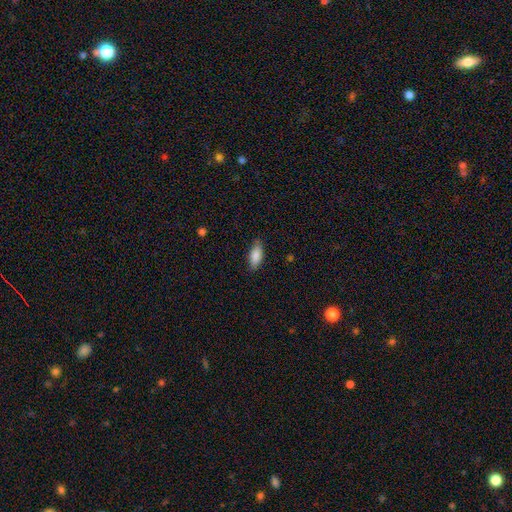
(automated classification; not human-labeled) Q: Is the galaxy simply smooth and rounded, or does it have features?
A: smooth — 86%.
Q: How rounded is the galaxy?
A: in between — 83%.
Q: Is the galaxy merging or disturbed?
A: none — 81%.